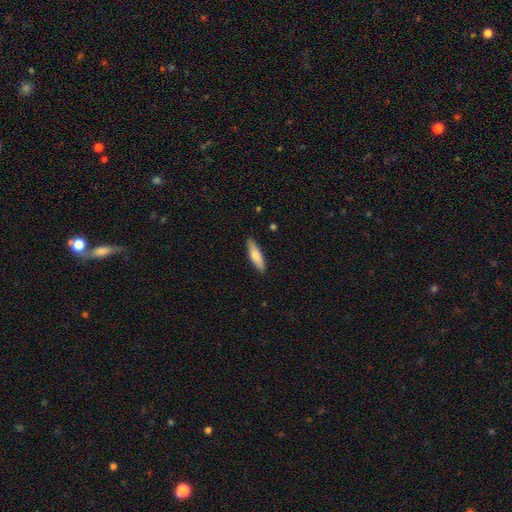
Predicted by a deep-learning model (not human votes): smooth_or_featured: smooth (p=0.74) [alt: featured or disk p=0.21]
how_rounded: cigar-shaped (p=0.66) [alt: in between p=0.33]
merging: none (p=0.89) [alt: minor disturbance p=0.08]